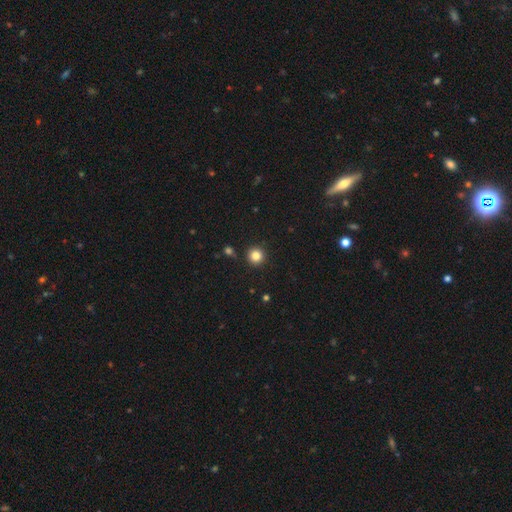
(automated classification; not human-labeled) Q: Smooth or featured?
A: smooth (84%); runner-up: star or artifact (12%)
Q: How rounded?
A: round (95%); runner-up: in between (4%)
Q: Merging?
A: none (91%); runner-up: minor disturbance (5%)